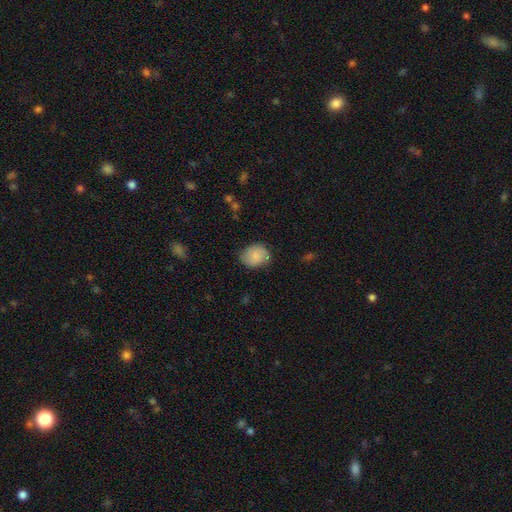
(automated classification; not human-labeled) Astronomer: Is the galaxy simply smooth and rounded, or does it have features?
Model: smooth — 81%.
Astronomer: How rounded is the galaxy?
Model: round — 59% (runner-up: in between, 40%).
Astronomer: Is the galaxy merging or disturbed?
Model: none — 72%.